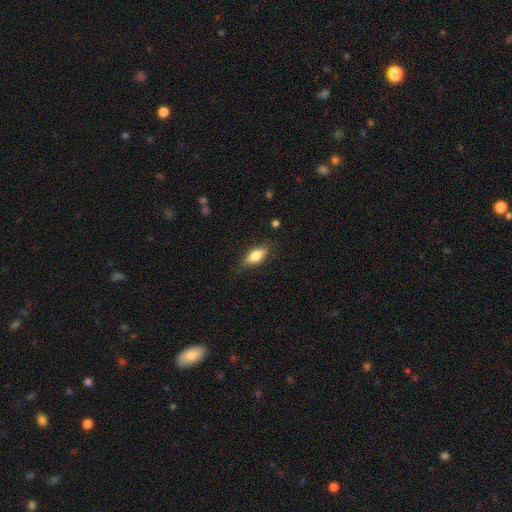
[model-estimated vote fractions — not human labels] Smooth or featured? smooth (77%)
How rounded? in between (81%)
Merging? none (81%)